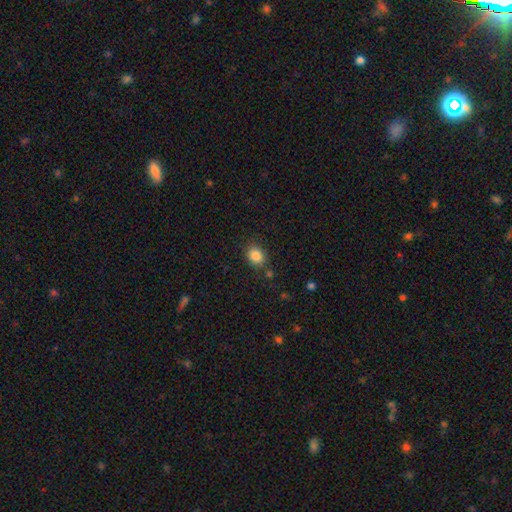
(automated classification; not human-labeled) This appears to be a smooth galaxy with no disk features (85%) that is round (55%). Merging: none (81%).